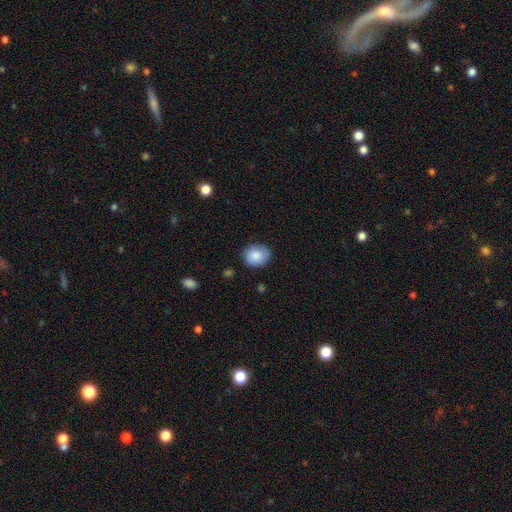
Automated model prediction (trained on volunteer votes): Smooth or featured? smooth (86%)
How rounded? round (61%)
Merging? none (83%)